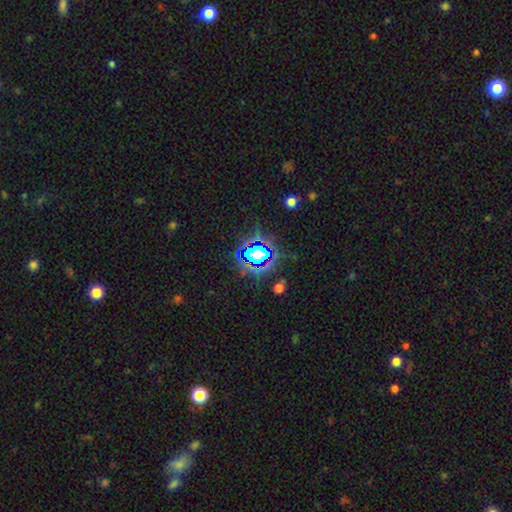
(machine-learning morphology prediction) Smooth or featured? star or artifact (63%)